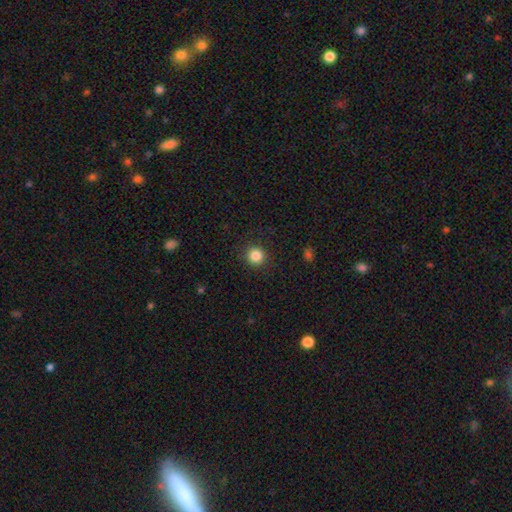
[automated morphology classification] Smooth or featured?
  - smooth: 85% *
  - star or artifact: 11%
  - featured or disk: 4%
How rounded?
  - round: 93% *
  - in between: 6%
  - cigar-shaped: 1%
Merging?
  - none: 91% *
  - minor disturbance: 6%
  - major disturbance: 2%
  - merger: 1%